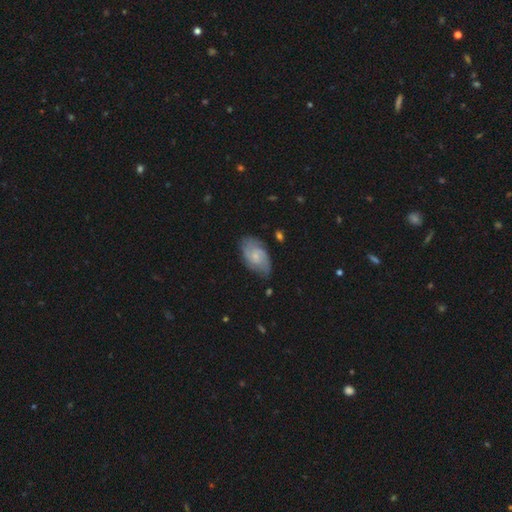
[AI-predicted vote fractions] A featured or disk galaxy (65%) with no bar (57%), 2 (58%) medium (44%) spiral arms (92%) and a small central bulge (57%). Merging: none (70%).